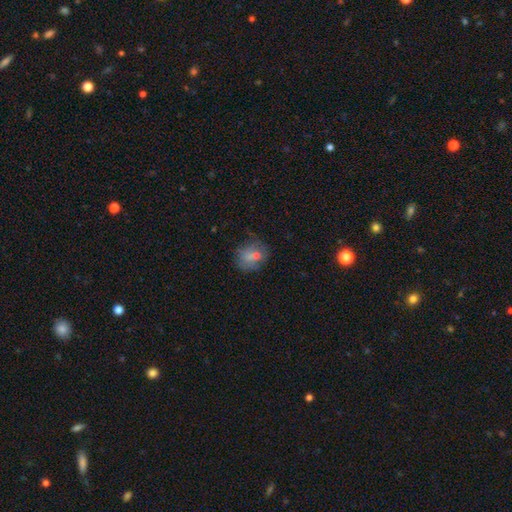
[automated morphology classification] Smooth or featured? smooth (59%)
How rounded? round (49%)
Merging? none (70%)